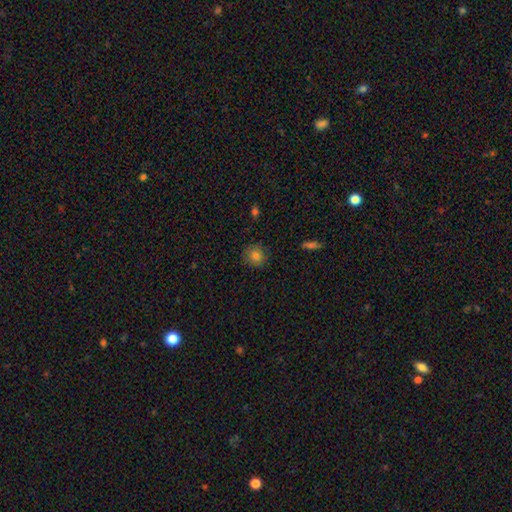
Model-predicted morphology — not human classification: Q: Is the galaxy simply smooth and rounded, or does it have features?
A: smooth — 81%.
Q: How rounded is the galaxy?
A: round — 89%.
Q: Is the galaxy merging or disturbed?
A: none — 87%.